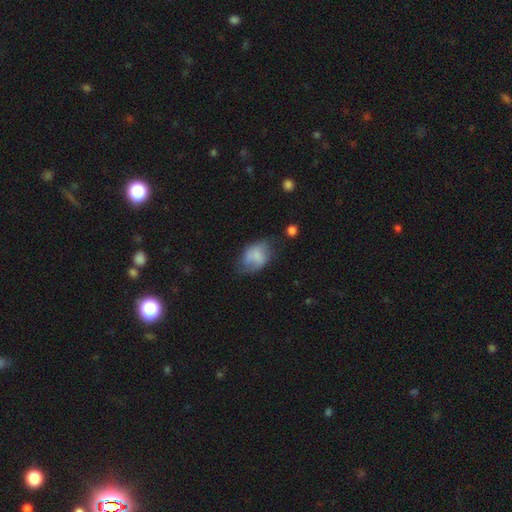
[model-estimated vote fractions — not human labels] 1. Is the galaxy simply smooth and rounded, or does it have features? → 63% smooth, 28% featured or disk, 8% star or artifact.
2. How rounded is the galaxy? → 81% in between, 17% round, 1% cigar-shaped.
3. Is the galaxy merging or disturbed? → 46% none, 34% minor disturbance, 16% major disturbance, 5% merger.